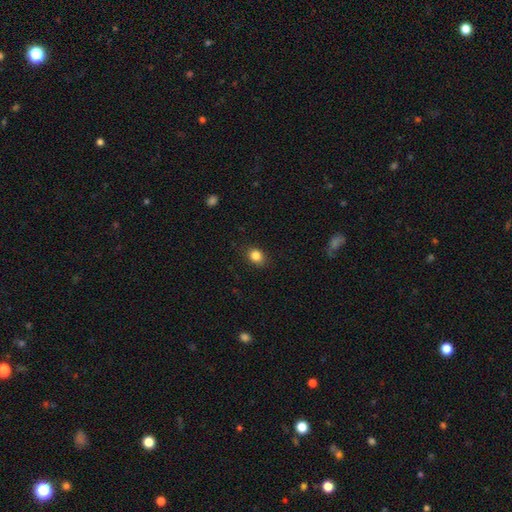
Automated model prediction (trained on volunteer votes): Q: Smooth or featured?
A: smooth (84%); runner-up: star or artifact (11%)
Q: How rounded?
A: in between (51%); runner-up: round (48%)
Q: Merging?
A: none (86%); runner-up: minor disturbance (11%)